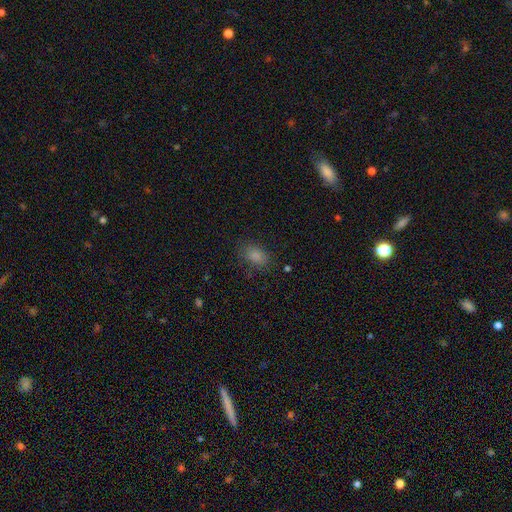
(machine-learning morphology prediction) A smooth galaxy with no disk features (83%) that is in between round and cigar-shaped (81%). Merging: none (78%).